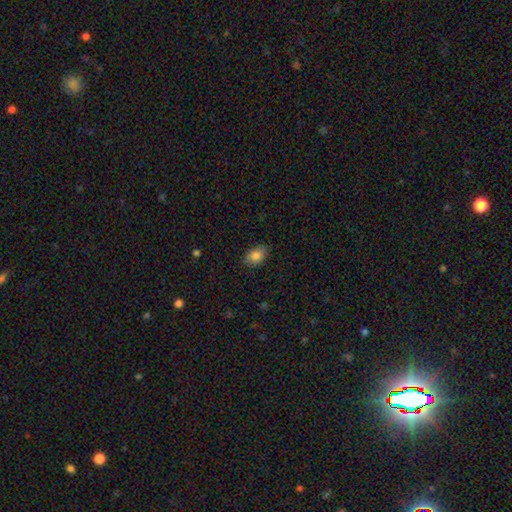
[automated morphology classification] Smooth or featured? smooth (83%)
How rounded? in between (85%)
Merging? none (84%)